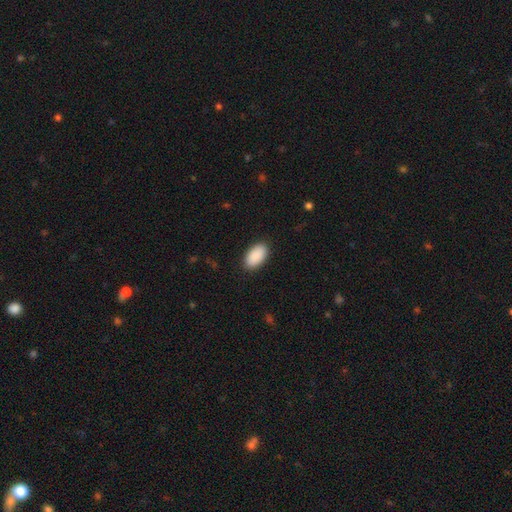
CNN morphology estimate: Overall: smooth (92%). How rounded: in between (96%). Merging: none (89%).